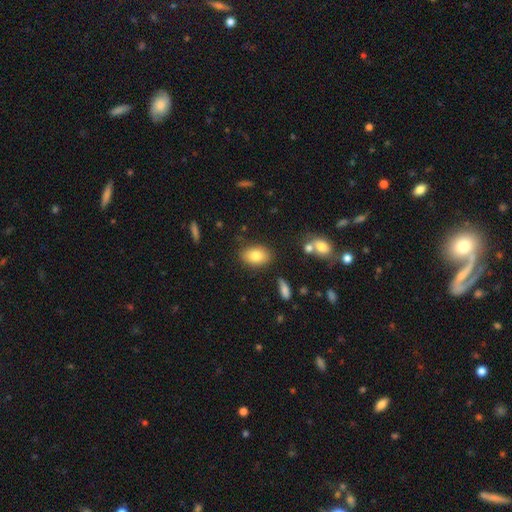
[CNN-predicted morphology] Smooth or featured?
  - smooth: 81% *
  - featured or disk: 11%
  - star or artifact: 8%
How rounded?
  - in between: 85% *
  - round: 14%
  - cigar-shaped: 2%
Merging?
  - none: 81% *
  - minor disturbance: 12%
  - merger: 4%
  - major disturbance: 3%